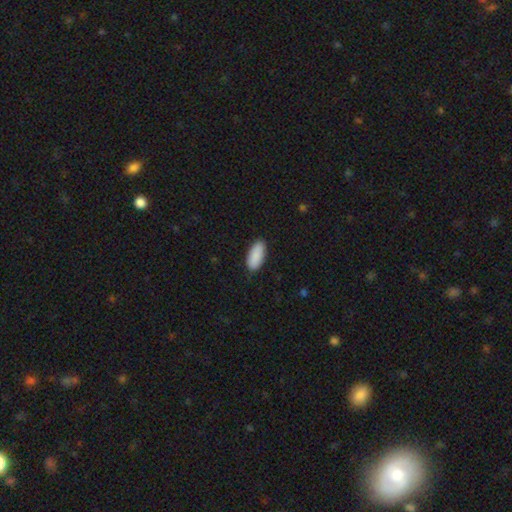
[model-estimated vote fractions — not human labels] Smooth or featured? smooth (90%)
How rounded? in between (88%)
Merging? none (88%)